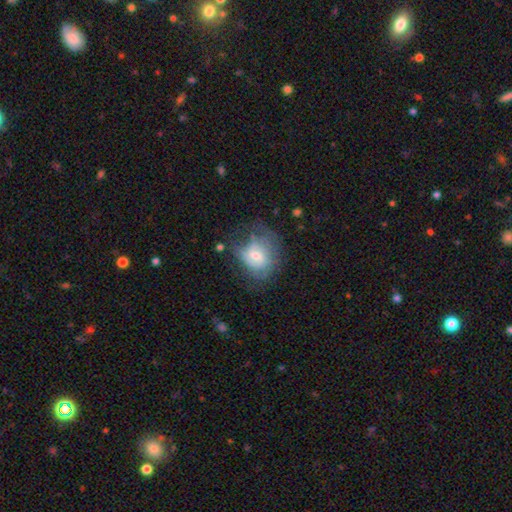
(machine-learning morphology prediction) Smooth or featured? Predicted: featured or disk (p=0.60). Edge-on disk? Predicted: no (p=0.97). Bar? Predicted: weak (p=0.52). Spiral arms? Predicted: yes (p=0.73). Bulge size? Predicted: moderate (p=0.54). Merging? Predicted: none (p=0.44).